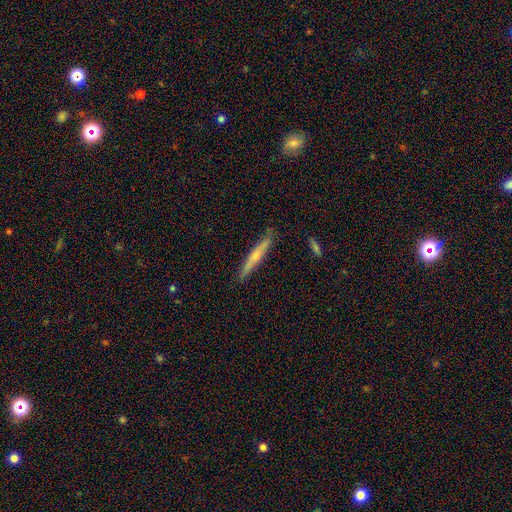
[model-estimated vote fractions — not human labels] A featured or disk galaxy (49%).

Vote fractions:
- Smooth or featured? featured or disk: 49% / smooth: 45% / star or artifact: 6%
- Merging? none: 84% / minor disturbance: 13% / major disturbance: 2% / merger: 2%